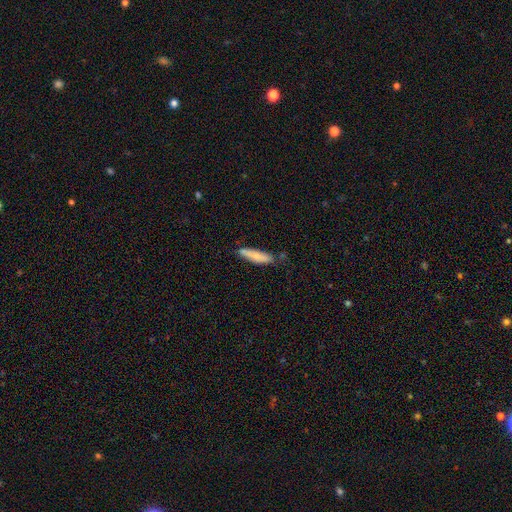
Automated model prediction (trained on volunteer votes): smooth_or_featured: smooth (p=0.73) [alt: featured or disk p=0.22]
how_rounded: cigar-shaped (p=0.70) [alt: in between p=0.28]
merging: none (p=0.70) [alt: minor disturbance p=0.22]